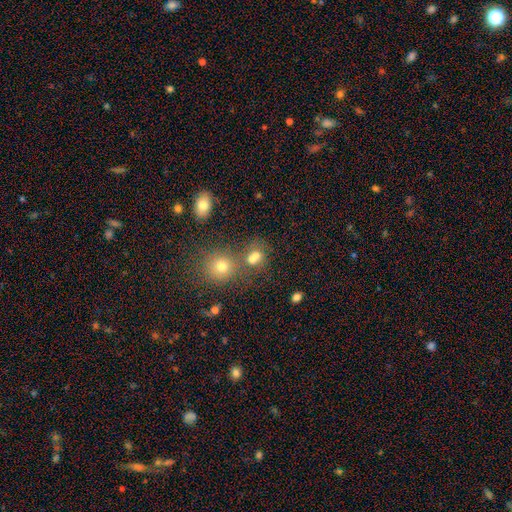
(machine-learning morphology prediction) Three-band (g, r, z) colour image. It shows a smooth galaxy with no disk features (68%) that is round (67%). Merging: merger (44%).